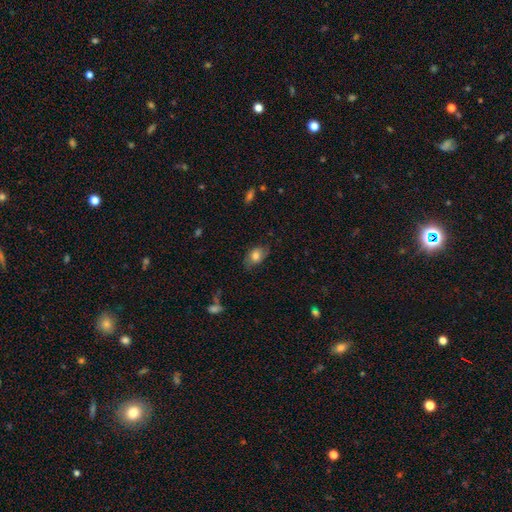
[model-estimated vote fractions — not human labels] The model was most divided on "merging": none: 66%, minor disturbance: 24%, major disturbance: 8%, merger: 1%. More confident: how rounded — in between (83%); smooth or featured — smooth (72%).